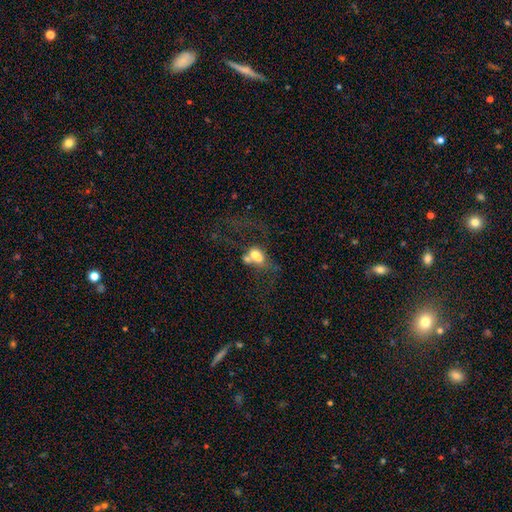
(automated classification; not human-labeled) This is possibly a smooth galaxy (54%). How rounded: likely in between (65%). Merging: likely merger (61%).